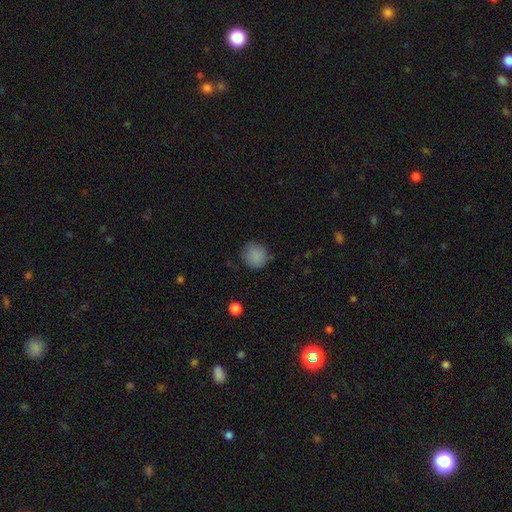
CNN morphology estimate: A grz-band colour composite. It shows a smooth galaxy with no disk features (86%) that is round (88%). Merging: none (81%).